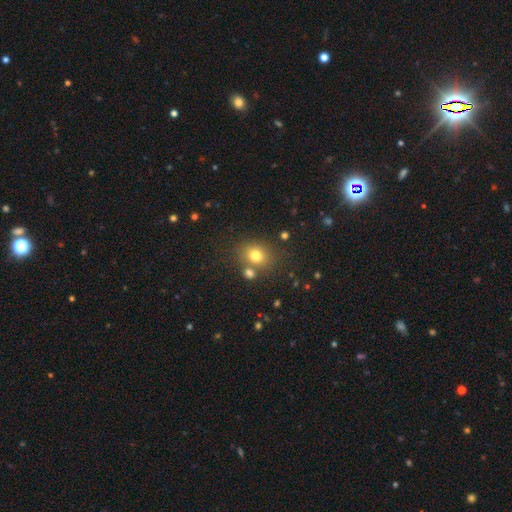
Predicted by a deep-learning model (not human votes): Morphology: type=smooth (75%); roundness=round (65%); merging=none (69%).